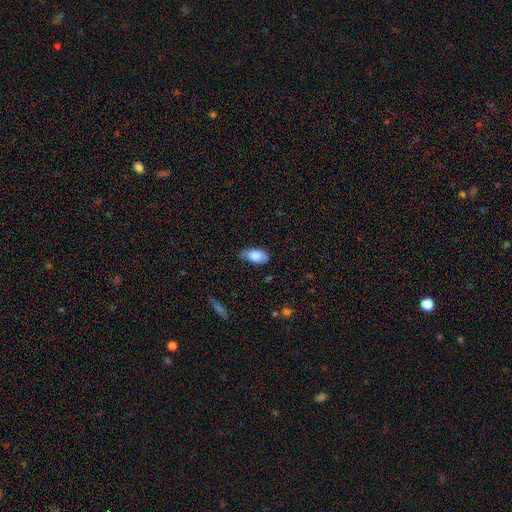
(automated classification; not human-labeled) smooth_or_featured: smooth (p=0.83) [alt: featured or disk p=0.11]
how_rounded: in between (p=0.93) [alt: round p=0.04]
merging: none (p=0.55) [alt: minor disturbance p=0.36]